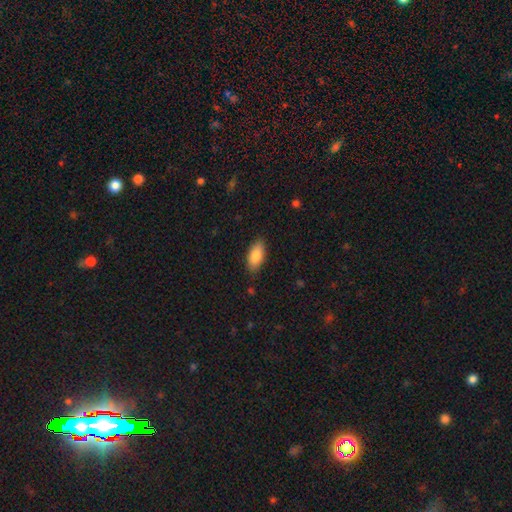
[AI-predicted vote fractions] smooth_or_featured: smooth (p=0.85) [alt: featured or disk p=0.08]
how_rounded: in between (p=0.88) [alt: cigar-shaped p=0.10]
merging: none (p=0.85) [alt: minor disturbance p=0.12]